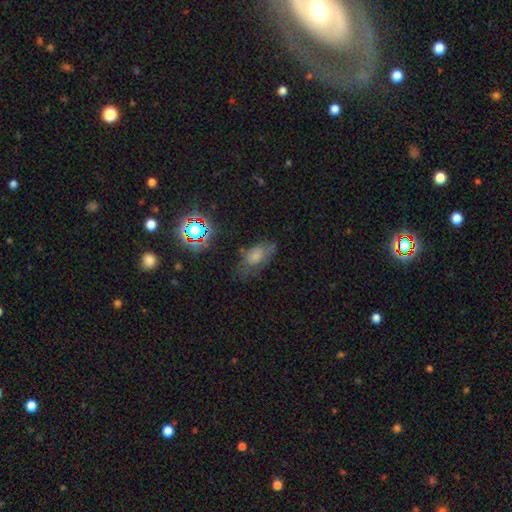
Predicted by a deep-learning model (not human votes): Overall: smooth (57%; featured or disk 26%). How rounded: in between (87%). Merging: none (50%; minor disturbance 29%).